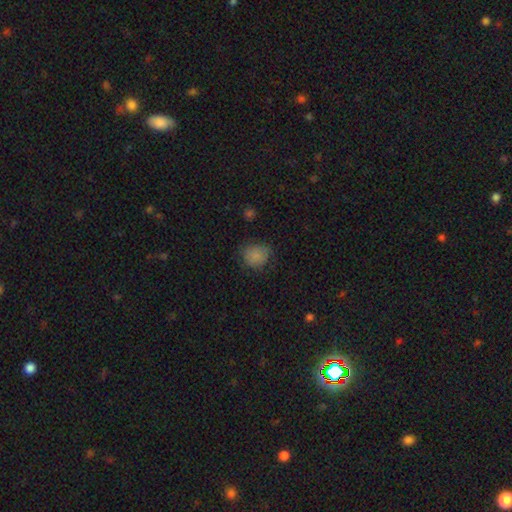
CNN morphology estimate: Smooth or featured? Predicted: smooth (p=0.81). How rounded? Predicted: round (p=0.75). Merging? Predicted: none (p=0.69).